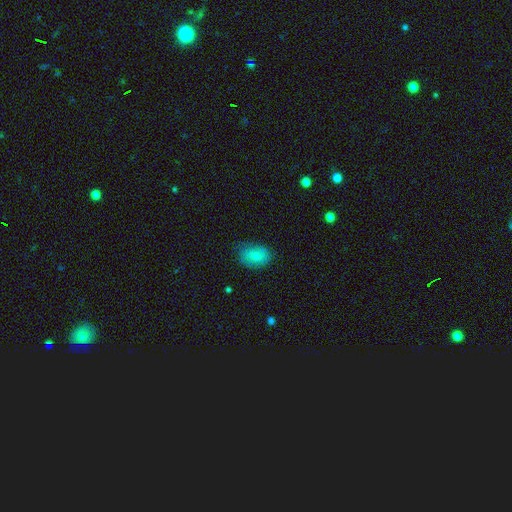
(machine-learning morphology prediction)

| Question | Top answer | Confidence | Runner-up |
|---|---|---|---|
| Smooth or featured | smooth | 82% | featured or disk (11%) |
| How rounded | in between | 84% | round (14%) |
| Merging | none | 69% | minor disturbance (24%) |